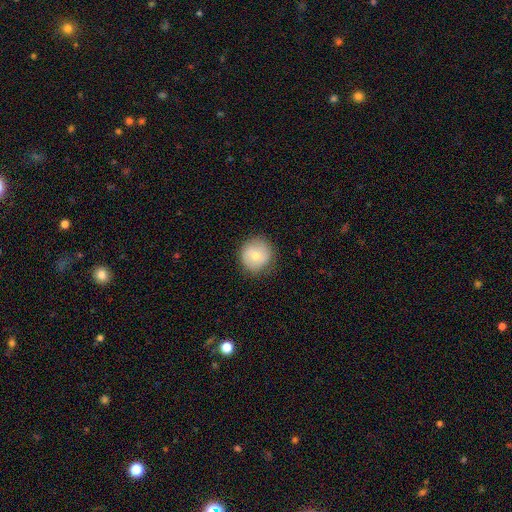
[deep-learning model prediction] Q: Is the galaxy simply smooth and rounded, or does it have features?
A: smooth — 68%.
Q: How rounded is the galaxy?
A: round — 92%.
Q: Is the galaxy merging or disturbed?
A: none — 84%.